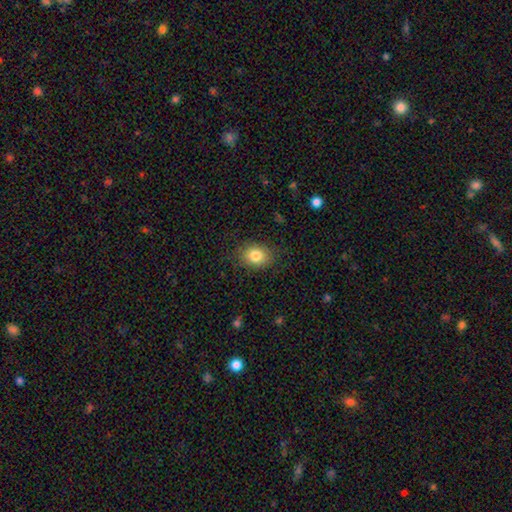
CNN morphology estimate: This is clearly a smooth galaxy (82%). How rounded: possibly in between (59%). Merging: clearly none (84%).